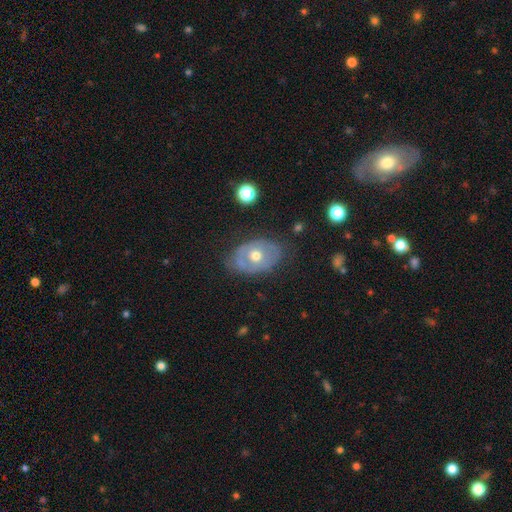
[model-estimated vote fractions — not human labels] featured or disk 56%, smooth 37%, star or artifact 7%. Down the decision tree: edge-on disk — no (92%); bar — no (89%); spiral arms — no (76%); bulge size — moderate (76%); merging — none (73%).